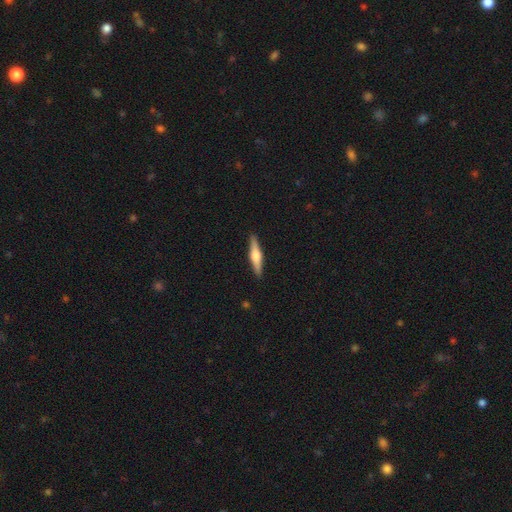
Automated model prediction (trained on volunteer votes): smooth-or-featured: featured or disk: 64% | smooth: 31% | star or artifact: 5%
  disk-edge-on: yes: 97% | no: 3%
    edge-on-bulge: rounded: 90% | boxy: 7% | none: 3%
  merging: none: 91% | minor disturbance: 6% | major disturbance: 1% | merger: 1%